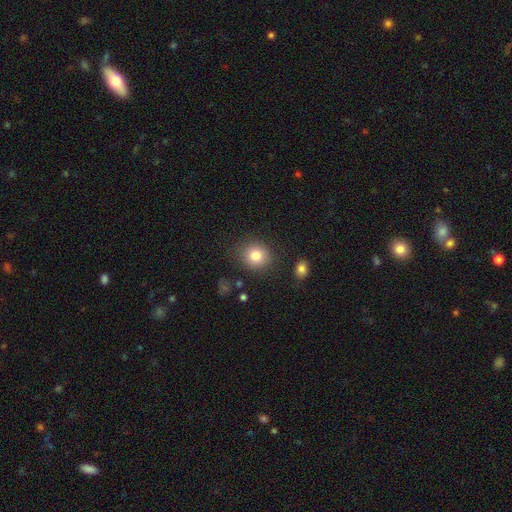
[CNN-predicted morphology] A smooth galaxy with no disk features (82%) that is round (82%).

Vote fractions:
- Smooth or featured? smooth: 82% / star or artifact: 10% / featured or disk: 8%
- How rounded? round: 82% / in between: 17% / cigar-shaped: 1%
- Merging? none: 84% / minor disturbance: 10% / major disturbance: 4% / merger: 2%